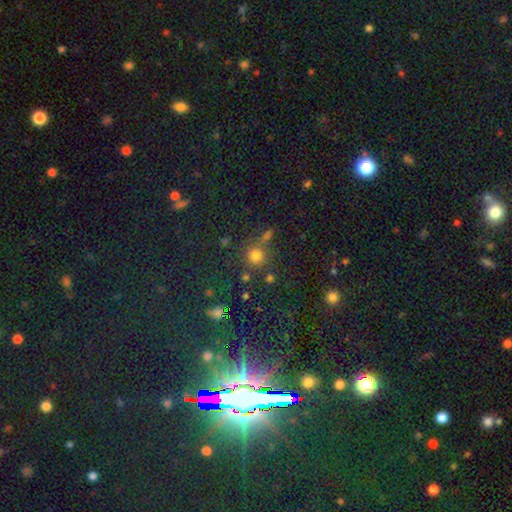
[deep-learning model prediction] Smooth or featured? smooth (73%)
How rounded? round (91%)
Merging? none (70%)